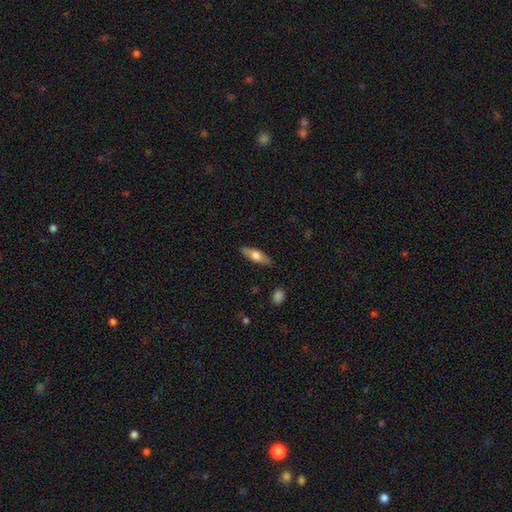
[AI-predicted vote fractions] smooth-or-featured: smooth: 56% | featured or disk: 38% | star or artifact: 6%
  how-rounded: in between: 53% | cigar-shaped: 44% | round: 3%
  merging: none: 86% | minor disturbance: 10% | major disturbance: 2% | merger: 1%